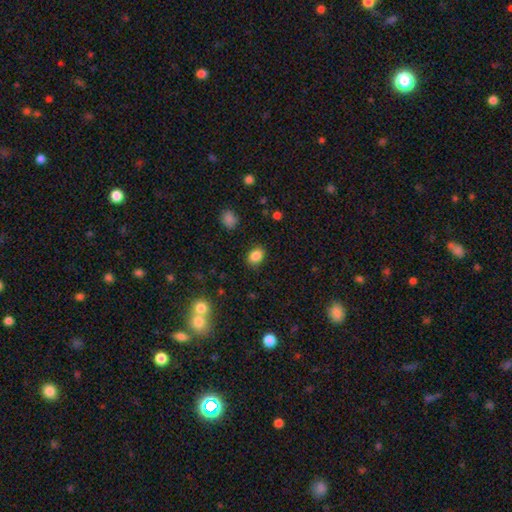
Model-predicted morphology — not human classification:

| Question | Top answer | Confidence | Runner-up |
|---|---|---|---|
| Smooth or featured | smooth | 85% | star or artifact (10%) |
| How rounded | in between | 70% | round (29%) |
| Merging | none | 85% | minor disturbance (10%) |